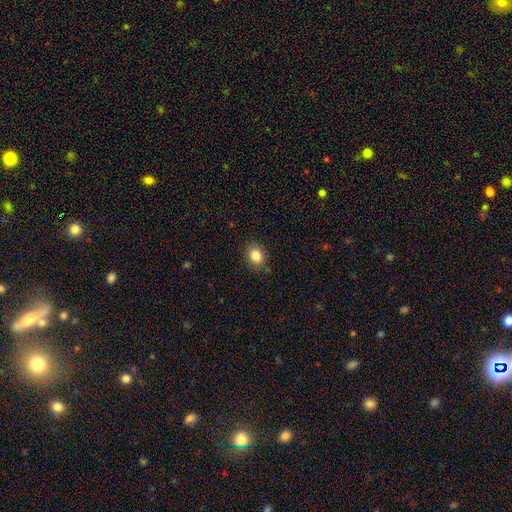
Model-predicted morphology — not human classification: Smooth or featured?
  - smooth: 85% *
  - star or artifact: 10%
  - featured or disk: 6%
How rounded?
  - round: 55% *
  - in between: 44%
  - cigar-shaped: 1%
Merging?
  - none: 85% *
  - minor disturbance: 11%
  - major disturbance: 3%
  - merger: 1%